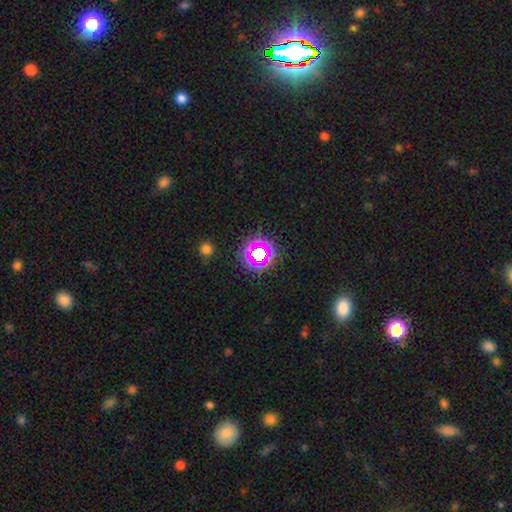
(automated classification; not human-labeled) Smooth or featured? Predicted: star or artifact (p=0.60).